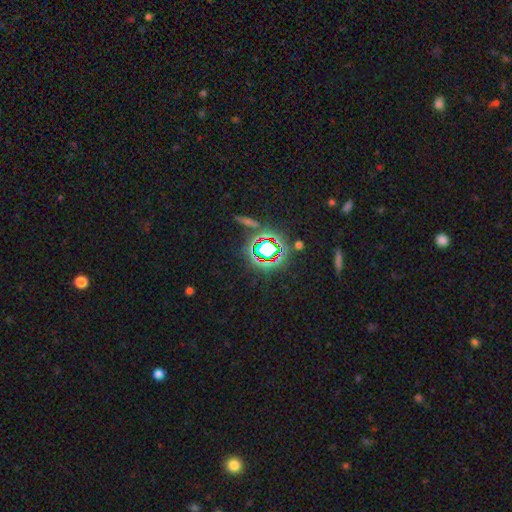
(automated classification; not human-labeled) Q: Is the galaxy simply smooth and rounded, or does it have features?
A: star or artifact — 79%.